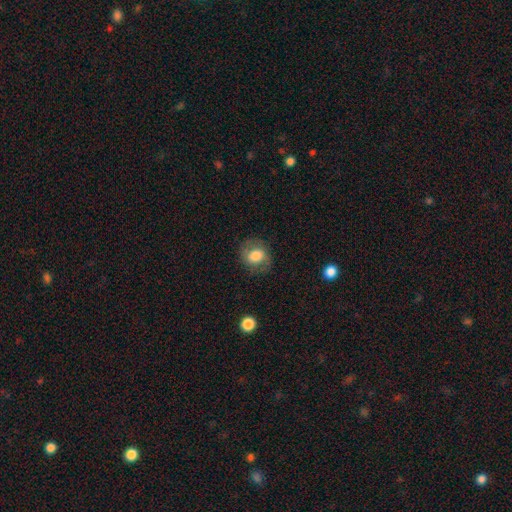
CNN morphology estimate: type=smooth (68%); roundness=round (62%); merging=none (76%).